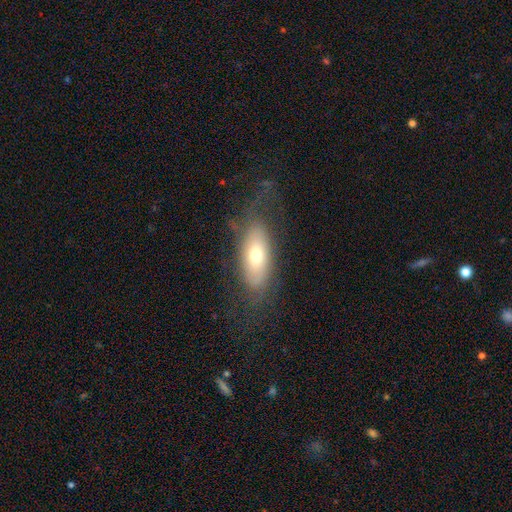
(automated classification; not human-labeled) Morphology: type=smooth (55%); roundness=in between (76%); merging=none (62%).